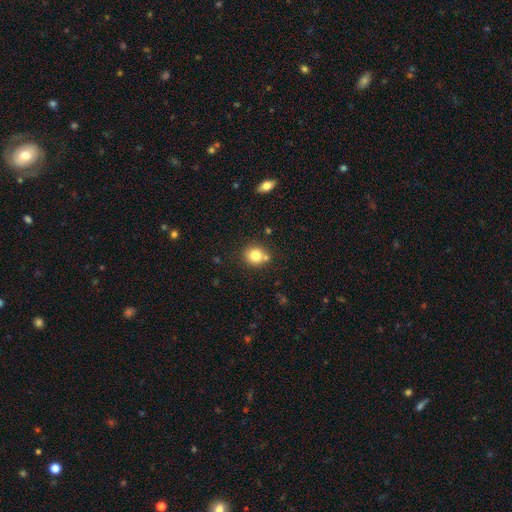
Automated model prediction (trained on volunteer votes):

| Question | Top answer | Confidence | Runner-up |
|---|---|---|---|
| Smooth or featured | smooth | 79% | star or artifact (11%) |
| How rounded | round | 84% | in between (15%) |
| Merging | none | 73% | merger (14%) |